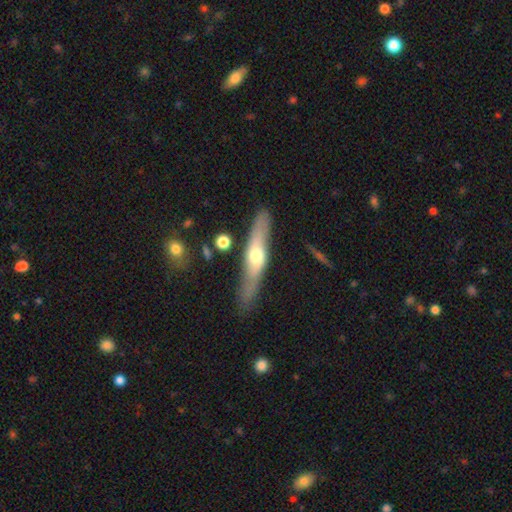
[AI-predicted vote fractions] Smooth or featured: featured or disk — 54% (smooth — 40%)
Edge-on disk: yes — 75% (no — 25%)
Merging: none — 76% (minor disturbance — 16%)